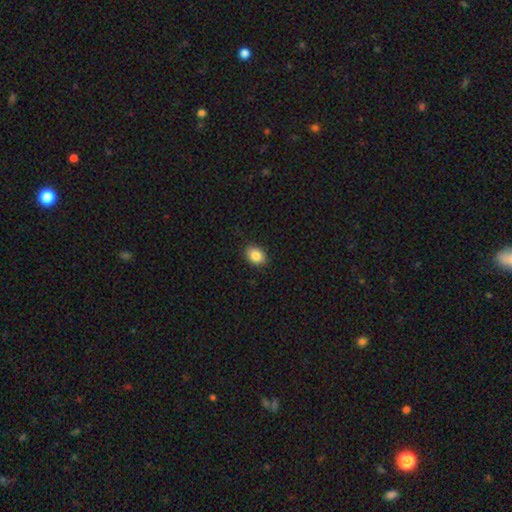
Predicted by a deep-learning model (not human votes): Smooth or featured? smooth (85%)
How rounded? in between (75%)
Merging? none (89%)